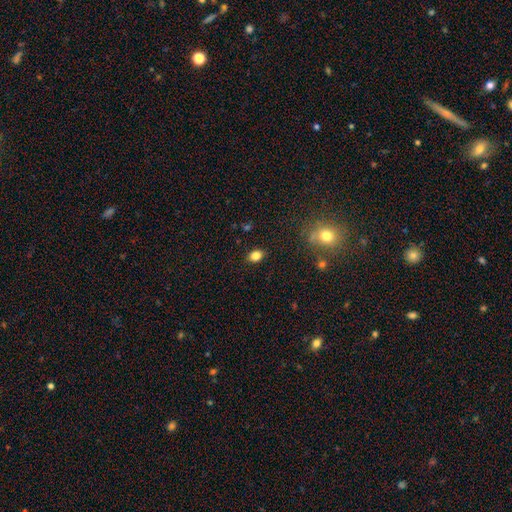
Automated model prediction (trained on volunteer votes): The model was most divided on "how rounded": in between: 72%, round: 27%, cigar-shaped: 1%. More confident: merging — none (87%); smooth or featured — smooth (83%).